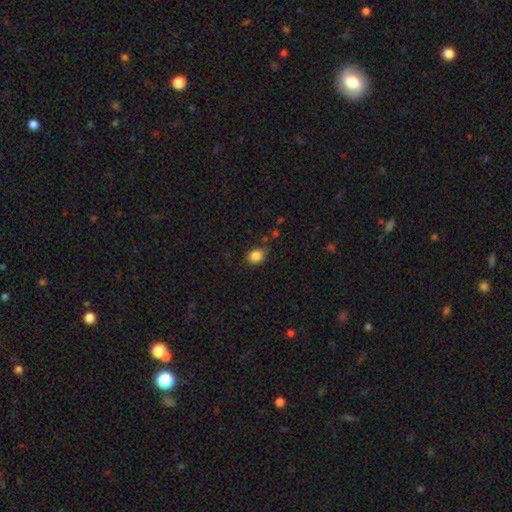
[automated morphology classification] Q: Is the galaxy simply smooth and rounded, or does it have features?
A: smooth — 85%.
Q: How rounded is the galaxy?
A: round — 50%.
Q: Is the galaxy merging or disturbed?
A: none — 69%.